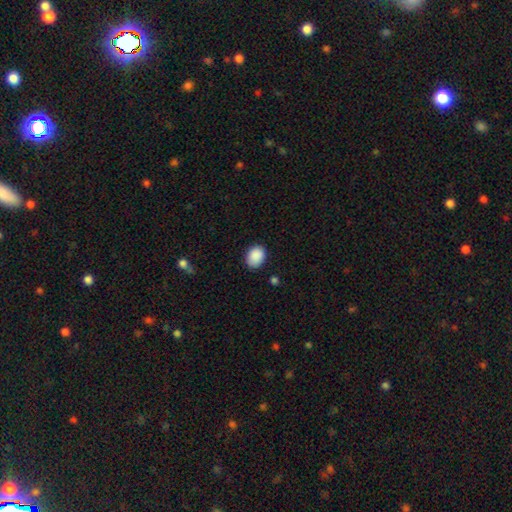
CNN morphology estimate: Q: Smooth or featured?
A: smooth (89%); runner-up: star or artifact (7%)
Q: How rounded?
A: in between (63%); runner-up: round (36%)
Q: Merging?
A: none (82%); runner-up: minor disturbance (14%)